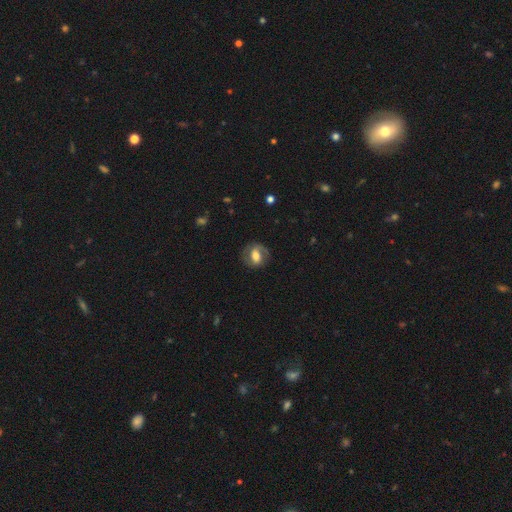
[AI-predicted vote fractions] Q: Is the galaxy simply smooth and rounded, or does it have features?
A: featured or disk — 57%.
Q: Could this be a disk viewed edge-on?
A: no — 95%.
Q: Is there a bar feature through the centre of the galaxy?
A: weak — 40%.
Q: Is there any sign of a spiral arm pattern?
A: yes — 74%.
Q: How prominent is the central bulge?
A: moderate — 58%.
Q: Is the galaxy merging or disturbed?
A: none — 76%.